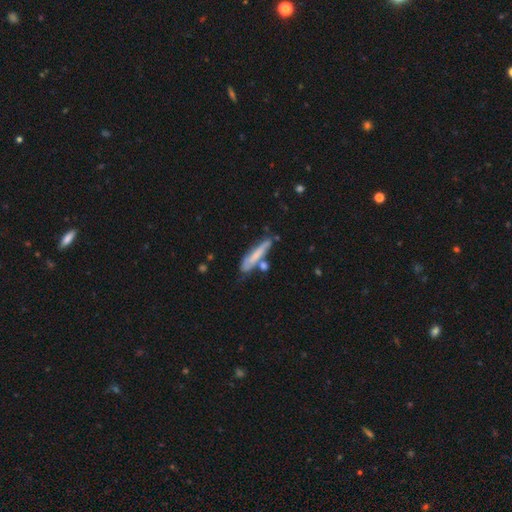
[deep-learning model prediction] This is possibly a smooth galaxy (60%). How rounded: clearly cigar-shaped (85%). Merging: possibly none (53%).